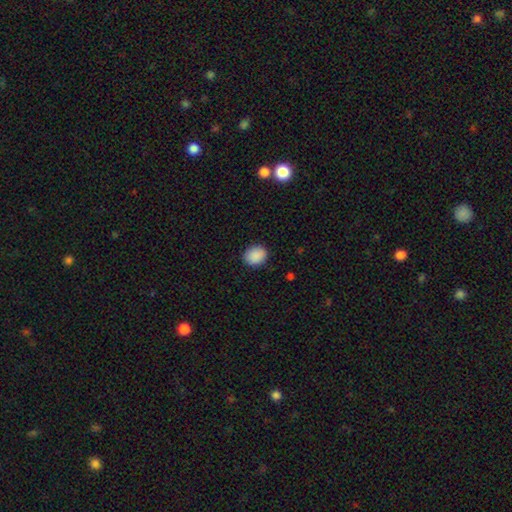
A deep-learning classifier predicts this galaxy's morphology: Q: Smooth or featured?
A: smooth (89%); runner-up: star or artifact (8%)
Q: How rounded?
A: round (63%); runner-up: in between (36%)
Q: Merging?
A: none (89%); runner-up: minor disturbance (8%)